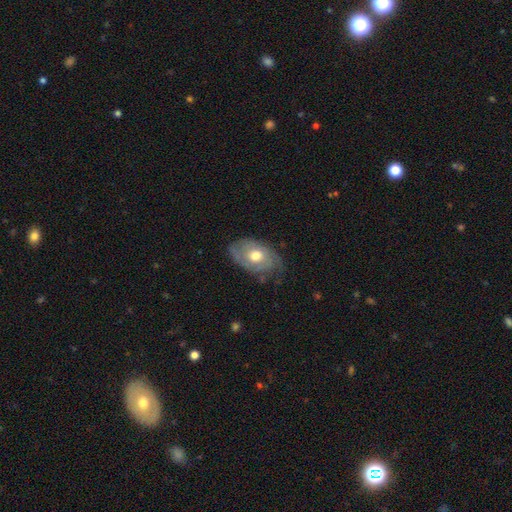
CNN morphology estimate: Q: Smooth or featured?
A: featured or disk (52%); runner-up: smooth (42%)
Q: Edge-on disk?
A: no (92%); runner-up: yes (8%)
Q: Merging?
A: none (62%); runner-up: minor disturbance (28%)